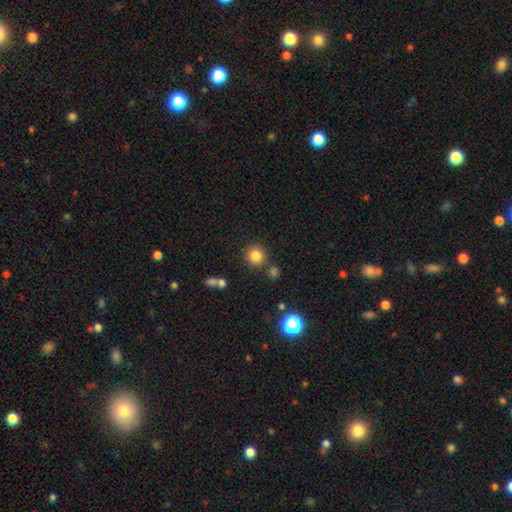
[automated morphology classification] type=smooth (83%); roundness=round (92%); merging=none (80%).